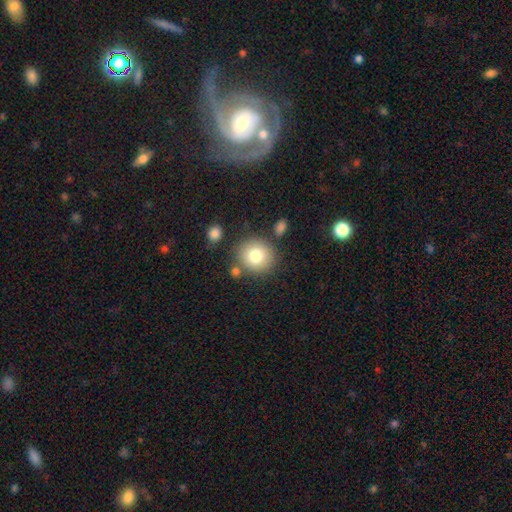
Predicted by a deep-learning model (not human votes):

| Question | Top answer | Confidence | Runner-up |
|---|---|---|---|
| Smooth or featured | smooth | 78% | featured or disk (11%) |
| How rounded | round | 88% | in between (11%) |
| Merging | none | 78% | minor disturbance (10%) |